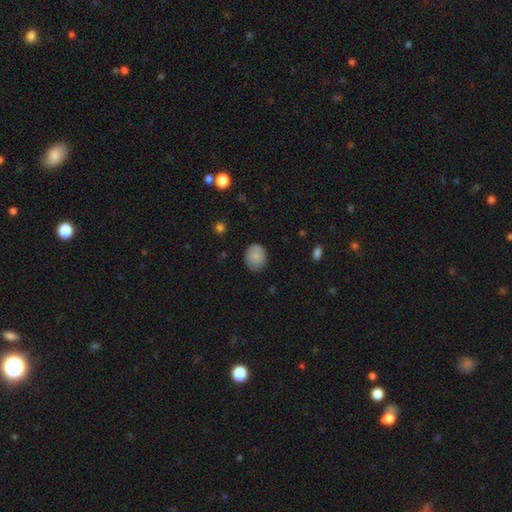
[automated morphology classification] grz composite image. It shows a smooth galaxy with no disk features (86%) that is round (56%). Merging: none (79%).